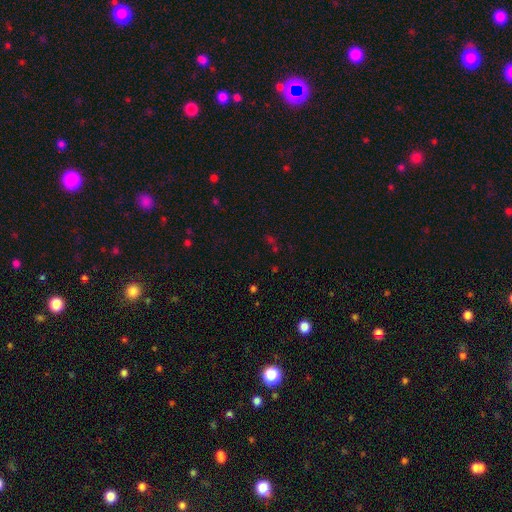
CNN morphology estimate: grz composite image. It shows a star or artifact, not a galaxy (57%).